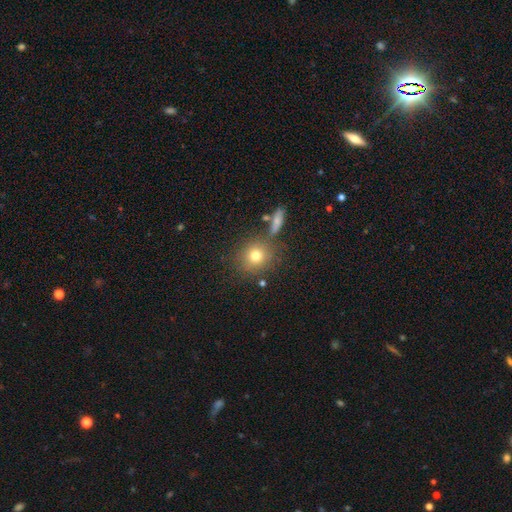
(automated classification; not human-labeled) The model was most divided on "smooth or featured": smooth: 75%, star or artifact: 13%, featured or disk: 12%. More confident: how rounded — round (85%); merging — none (75%).